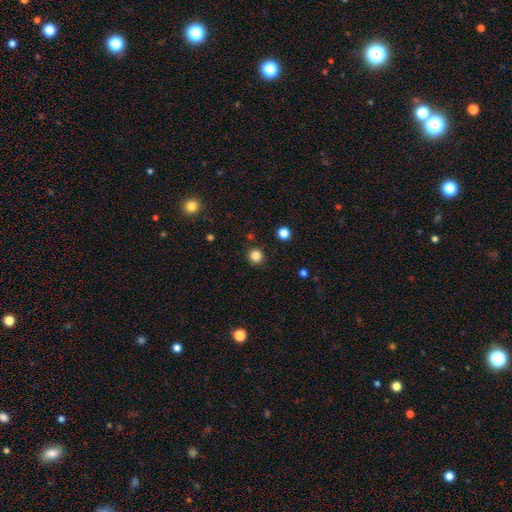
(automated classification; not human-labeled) Overall: smooth (84%). How rounded: round (93%). Merging: none (90%).